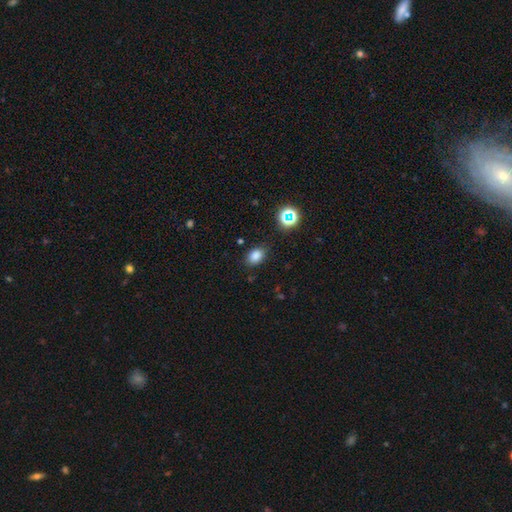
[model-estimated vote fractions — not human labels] Smooth or featured? smooth (80%)
How rounded? in between (74%)
Merging? none (83%)